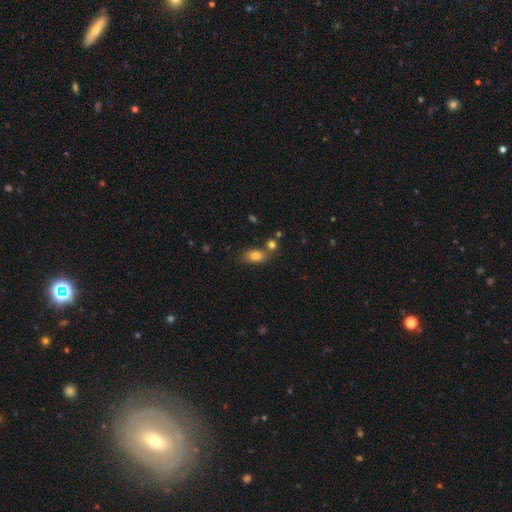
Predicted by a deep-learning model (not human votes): This is clearly a smooth galaxy (81%). How rounded: clearly in between (82%). Merging: possibly none (59%).